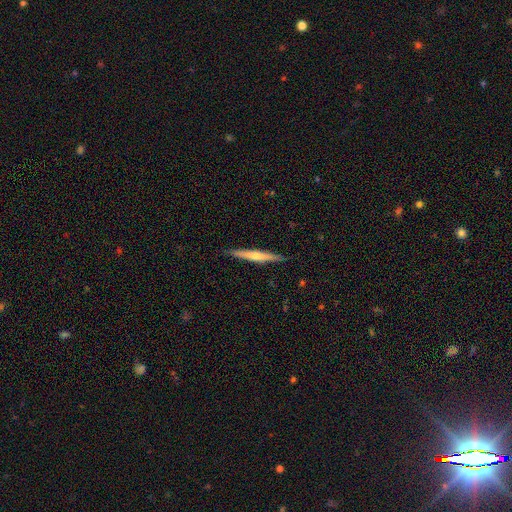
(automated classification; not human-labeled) Smooth or featured? Predicted: featured or disk (p=0.52). Edge-on disk? Predicted: yes (p=0.97). Edge-on bulge? Predicted: rounded (p=0.57). Merging? Predicted: none (p=0.89).